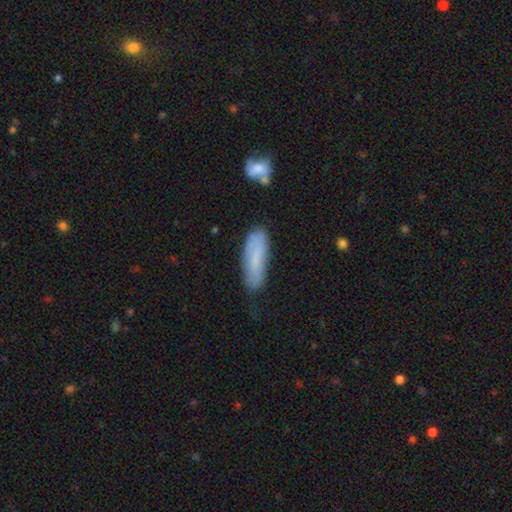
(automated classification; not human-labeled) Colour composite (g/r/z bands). It shows a smooth galaxy with no disk features (71%) that is cigar-shaped (53%). Merging: none (70%).